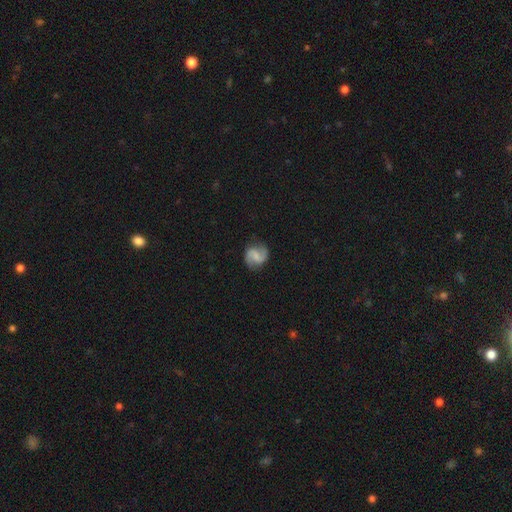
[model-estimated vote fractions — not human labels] The model was most divided on "bulge size": small: 38%, none: 36%, moderate: 22%, large: 3%, dominant: 1%. Remaining: edge-on disk — no (98%); spiral arms — yes (95%); spiral arm count — 2 (92%); merging — none (83%); smooth or featured — featured or disk (74%); bar — weak (52%); spiral winding — medium (47%).